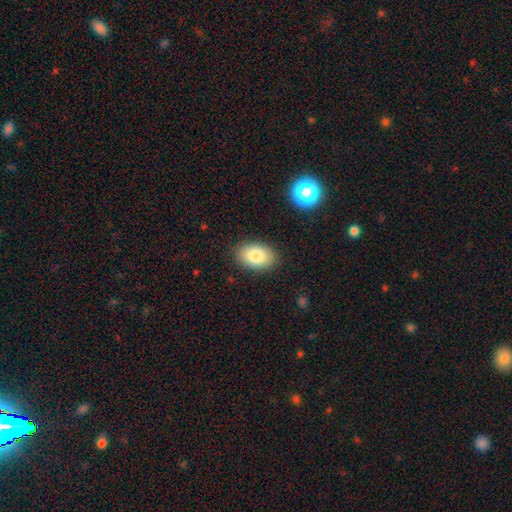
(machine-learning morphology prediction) type=smooth (84%); roundness=in between (87%); merging=none (87%).